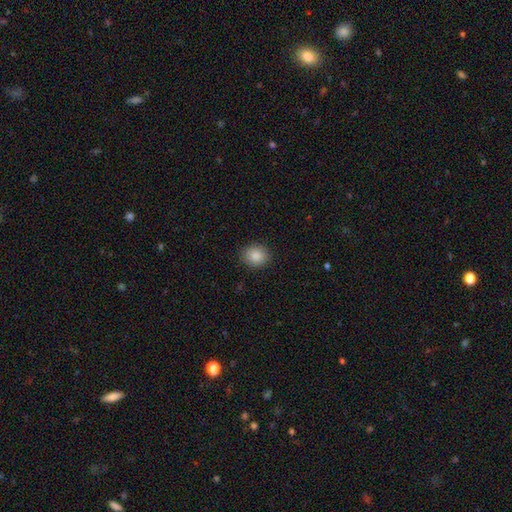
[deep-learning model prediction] Q: Smooth or featured?
A: smooth (88%); runner-up: star or artifact (8%)
Q: How rounded?
A: round (71%); runner-up: in between (29%)
Q: Merging?
A: none (88%); runner-up: minor disturbance (9%)